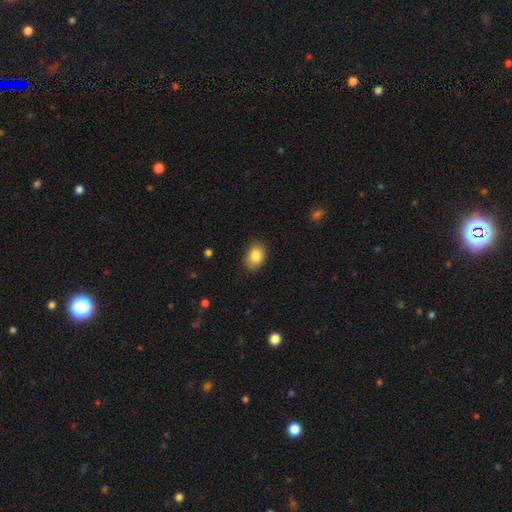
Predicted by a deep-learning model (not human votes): A smooth galaxy with no disk features (85%) that is in between round and cigar-shaped (82%).

Vote fractions:
- Smooth or featured? smooth: 85% / star or artifact: 8% / featured or disk: 7%
- How rounded? in between: 82% / round: 17% / cigar-shaped: 1%
- Merging? none: 83% / minor disturbance: 13% / major disturbance: 3% / merger: 1%